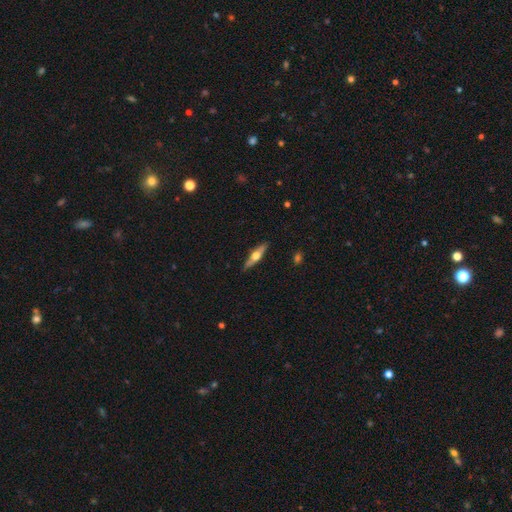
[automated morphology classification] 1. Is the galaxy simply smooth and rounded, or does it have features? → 62% featured or disk, 32% smooth, 6% star or artifact.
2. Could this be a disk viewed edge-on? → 95% yes, 5% no.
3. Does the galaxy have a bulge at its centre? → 95% rounded, 3% boxy, 2% none.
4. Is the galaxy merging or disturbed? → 89% none, 8% minor disturbance, 2% major disturbance, 1% merger.